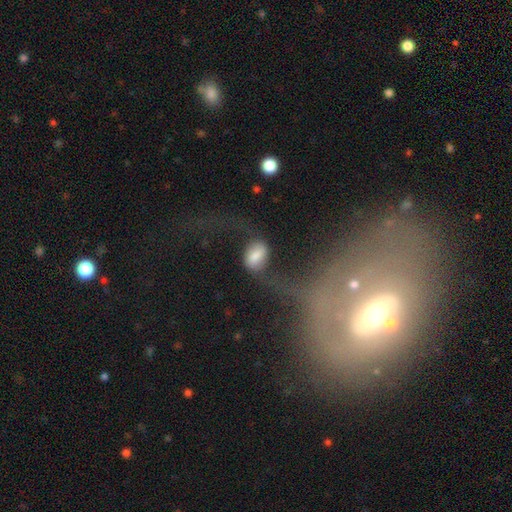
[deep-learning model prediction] The model was most divided on "merging": none: 42%, major disturbance: 28%, minor disturbance: 20%, merger: 10%. More confident: how rounded — in between (78%); smooth or featured — smooth (62%).